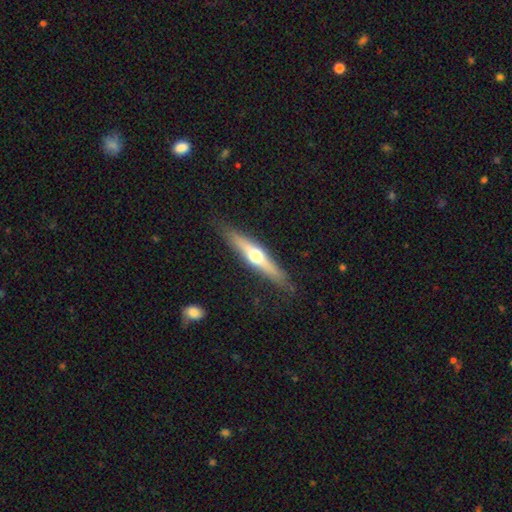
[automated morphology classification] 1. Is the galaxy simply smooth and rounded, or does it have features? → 61% featured or disk, 33% smooth, 6% star or artifact.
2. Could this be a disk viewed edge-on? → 95% yes, 5% no.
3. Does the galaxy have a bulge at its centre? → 93% rounded, 4% none, 3% boxy.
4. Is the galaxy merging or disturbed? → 87% none, 10% minor disturbance, 2% major disturbance, 1% merger.